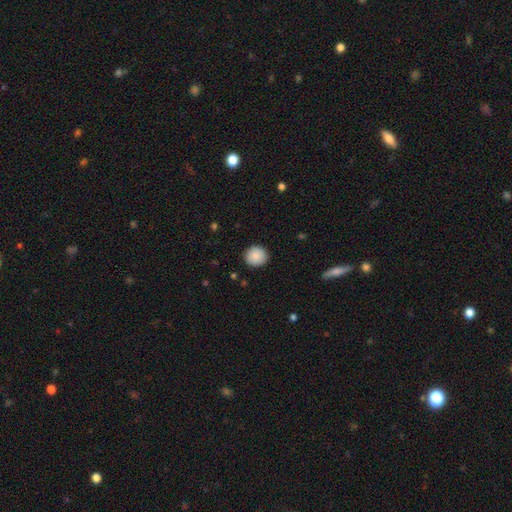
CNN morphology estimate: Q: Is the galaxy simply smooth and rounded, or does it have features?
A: smooth — 87%.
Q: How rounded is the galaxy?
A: round — 86%.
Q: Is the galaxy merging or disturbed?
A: none — 89%.